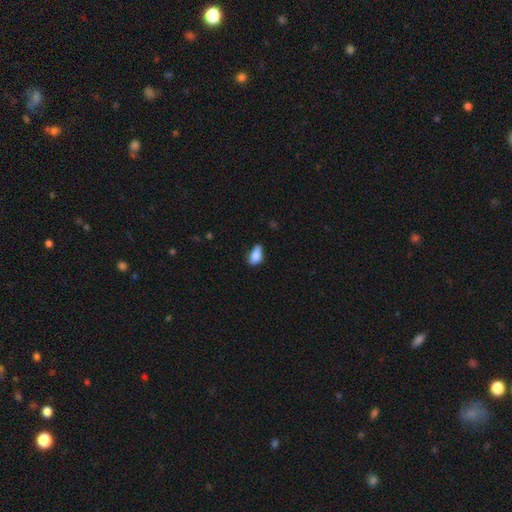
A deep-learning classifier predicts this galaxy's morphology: Overall: smooth (84%). How rounded: in between (90%). Merging: none (53%; minor disturbance 37%).